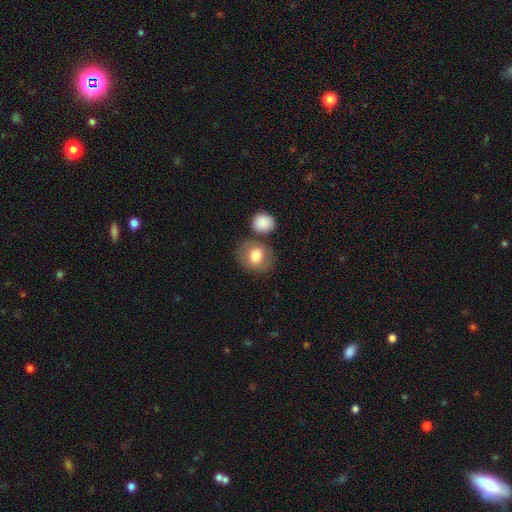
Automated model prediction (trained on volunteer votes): smooth-or-featured: smooth: 79% | featured or disk: 13% | star or artifact: 8%
  how-rounded: round: 59% | in between: 40% | cigar-shaped: 1%
  merging: none: 66% | merger: 15% | minor disturbance: 14% | major disturbance: 5%